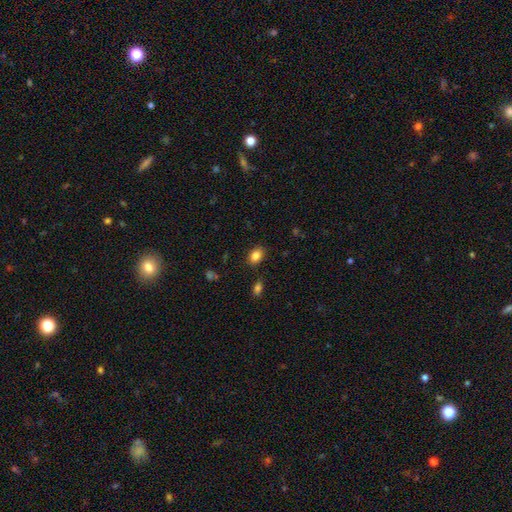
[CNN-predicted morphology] This is clearly a smooth galaxy (85%). How rounded: likely in between (74%). Merging: clearly none (85%).